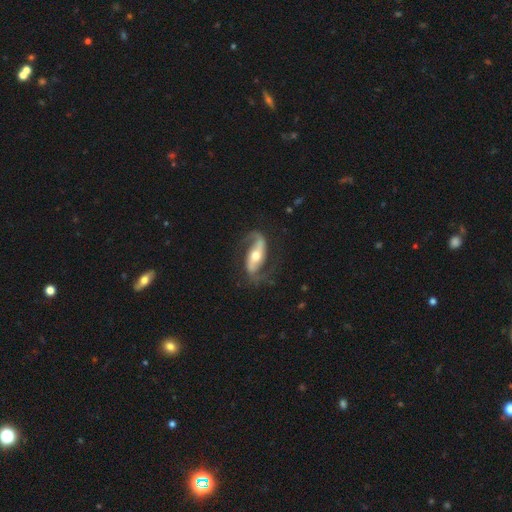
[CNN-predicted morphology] Smooth or featured? featured or disk (88%)
Edge-on disk? no (94%)
Bar? strong (48%)
Spiral arms? yes (96%)
Spiral winding? loose (52%)
Spiral arm count? 2 (91%)
Bulge size? moderate (68%)
Merging? none (74%)